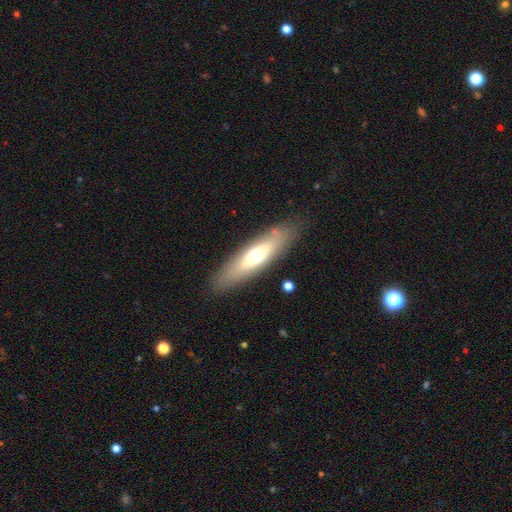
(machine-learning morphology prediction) A smooth galaxy with no disk features (54%) that is cigar-shaped (60%).

Vote fractions:
- Smooth or featured? smooth: 54% / featured or disk: 40% / star or artifact: 6%
- How rounded? cigar-shaped: 60% / in between: 38% / round: 2%
- Merging? none: 84% / minor disturbance: 10% / major disturbance: 3% / merger: 2%